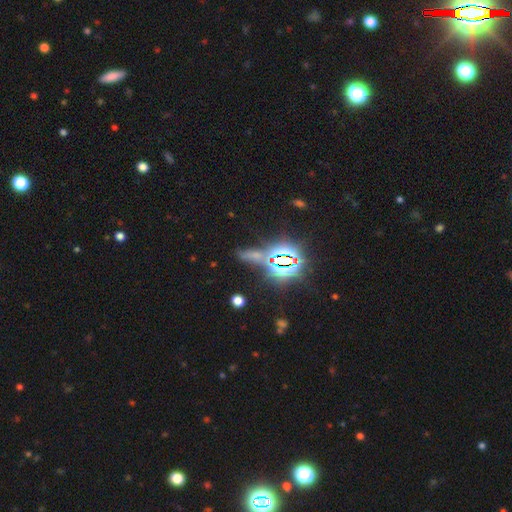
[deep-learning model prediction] Q: Smooth or featured?
A: star or artifact (56%); runner-up: smooth (33%)